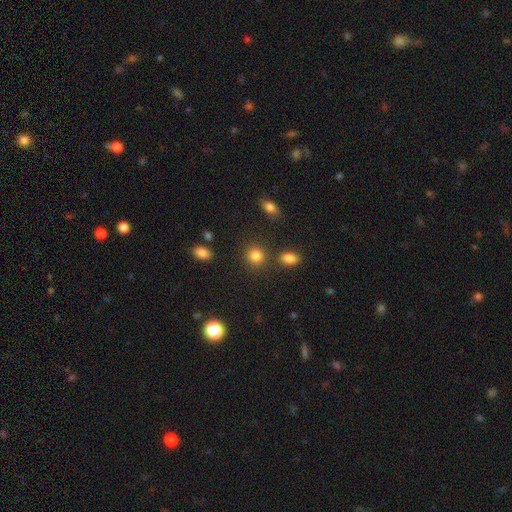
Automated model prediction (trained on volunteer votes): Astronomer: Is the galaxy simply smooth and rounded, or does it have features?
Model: smooth — 84%.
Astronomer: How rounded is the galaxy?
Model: round — 84%.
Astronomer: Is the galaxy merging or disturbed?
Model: none — 82%.